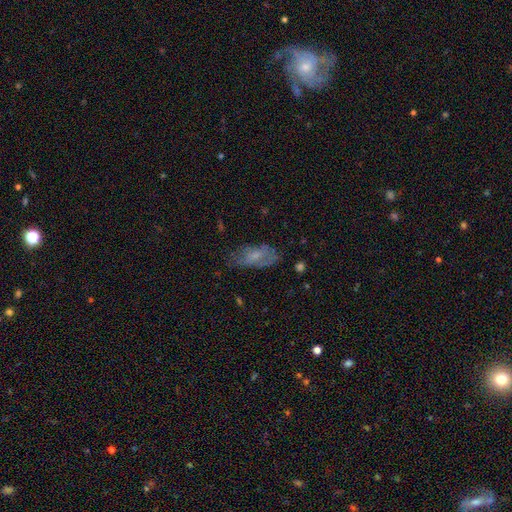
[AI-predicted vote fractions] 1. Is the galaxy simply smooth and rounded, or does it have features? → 51% smooth, 40% featured or disk, 9% star or artifact.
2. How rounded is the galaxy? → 86% in between, 11% cigar-shaped, 3% round.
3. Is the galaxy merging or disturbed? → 56% none, 28% minor disturbance, 14% major disturbance, 2% merger.